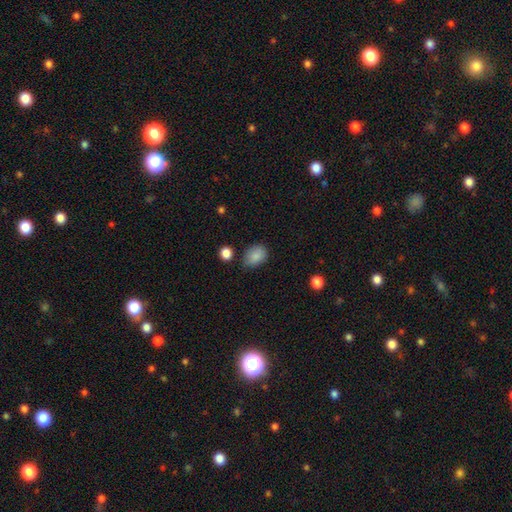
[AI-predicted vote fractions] Smooth or featured? Predicted: smooth (p=0.86). How rounded? Predicted: in between (p=0.74). Merging? Predicted: none (p=0.72).